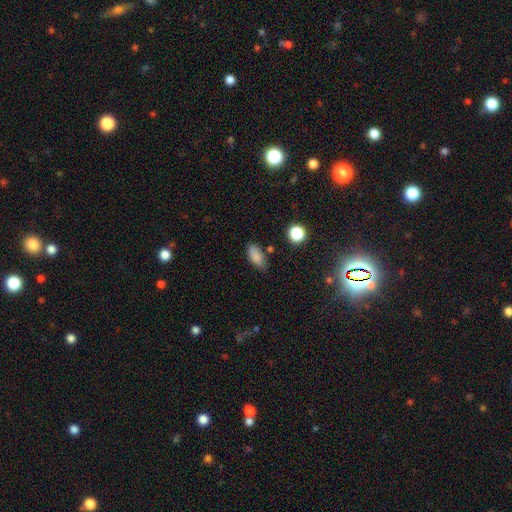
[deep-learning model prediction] This is clearly a smooth galaxy (83%). How rounded: clearly in between (87%). Merging: likely none (74%).